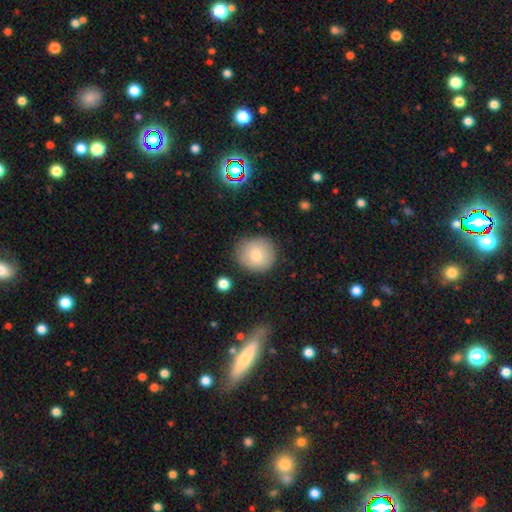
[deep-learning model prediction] The model was most divided on "smooth or featured": smooth: 75%, featured or disk: 14%, star or artifact: 11%. More confident: how rounded — round (89%); merging — none (84%).